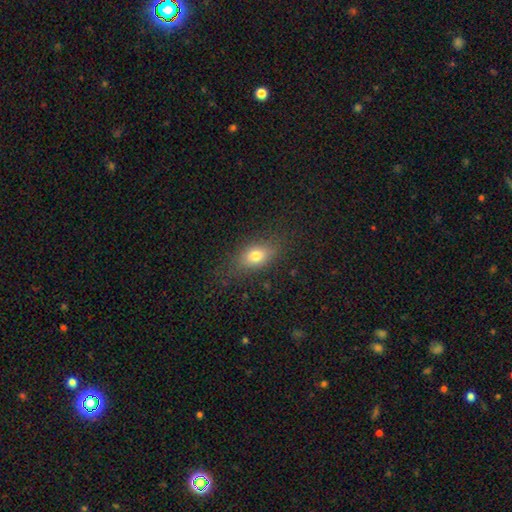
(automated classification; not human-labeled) Smooth or featured? Predicted: smooth (p=0.76). How rounded? Predicted: in between (p=0.78). Merging? Predicted: none (p=0.78).